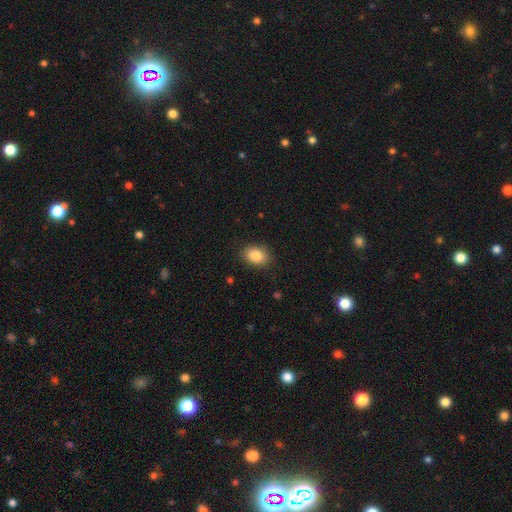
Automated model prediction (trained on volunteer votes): A smooth galaxy with no disk features (87%) that is in between round and cigar-shaped (81%).

Vote fractions:
- Smooth or featured? smooth: 87% / star or artifact: 8% / featured or disk: 6%
- How rounded? in between: 81% / round: 17% / cigar-shaped: 1%
- Merging? none: 86% / minor disturbance: 11% / major disturbance: 3% / merger: 1%